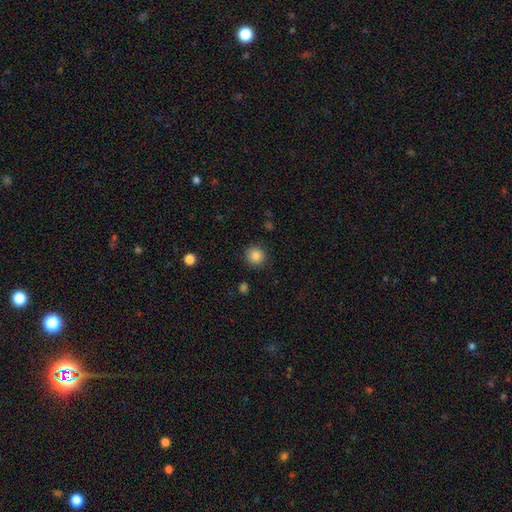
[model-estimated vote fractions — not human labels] Overall: smooth (87%). How rounded: round (92%). Merging: none (89%).